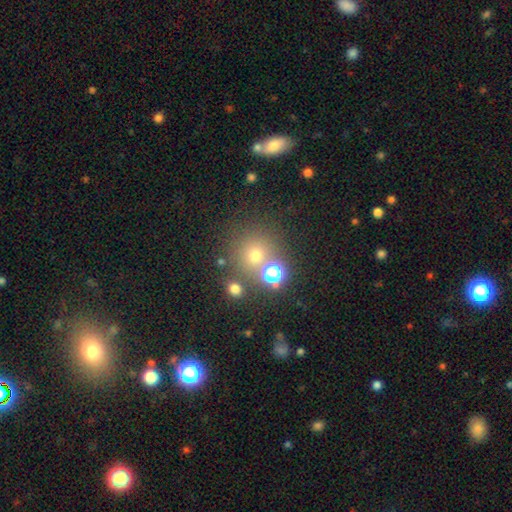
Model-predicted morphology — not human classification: smooth-or-featured: smooth: 65% | star or artifact: 25% | featured or disk: 10%
  how-rounded: round: 90% | in between: 9% | cigar-shaped: 1%
  merging: none: 70% | merger: 17% | minor disturbance: 9% | major disturbance: 5%